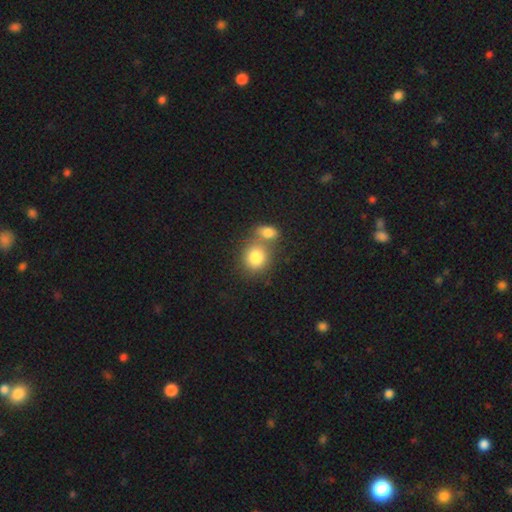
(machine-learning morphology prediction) This appears to be a smooth galaxy with no disk features (82%) that is round (72%). Merging: merger (44%, tied with none).